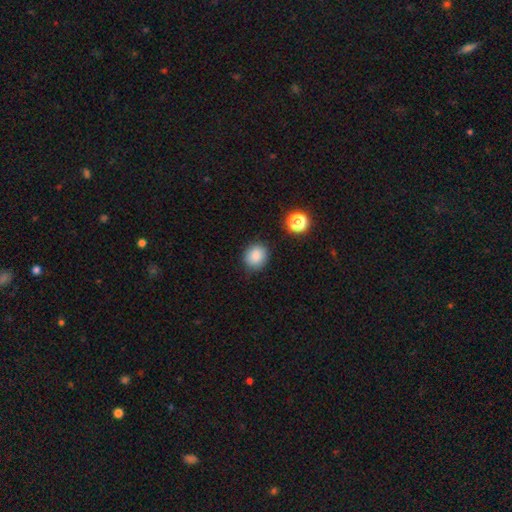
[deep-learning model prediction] This is clearly a smooth galaxy (86%). How rounded: likely round (75%). Merging: clearly none (83%).